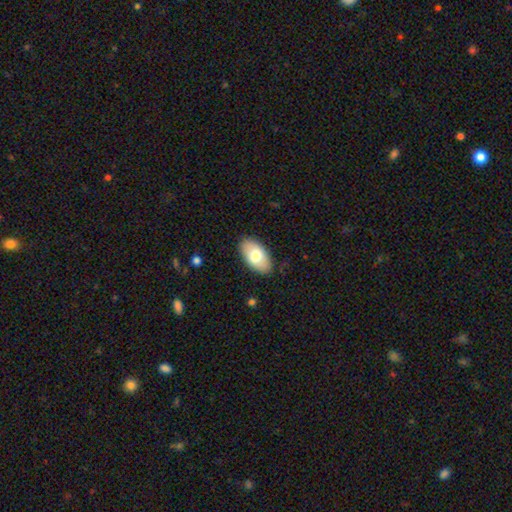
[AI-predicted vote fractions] Q: Smooth or featured?
A: smooth (72%); runner-up: featured or disk (22%)
Q: How rounded?
A: in between (95%); runner-up: round (3%)
Q: Merging?
A: none (87%); runner-up: minor disturbance (10%)